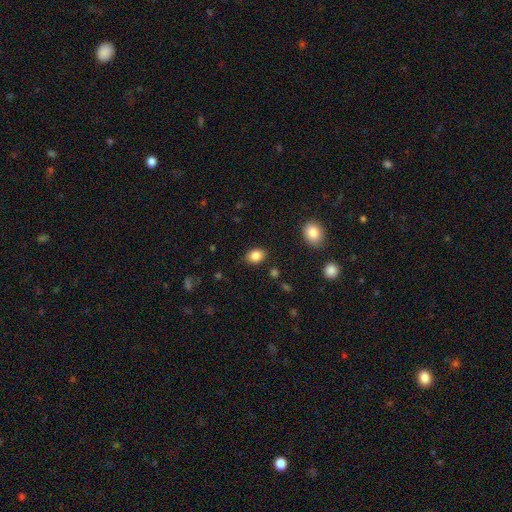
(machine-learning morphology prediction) Q: Smooth or featured?
A: smooth (85%); runner-up: star or artifact (9%)
Q: How rounded?
A: in between (65%); runner-up: round (34%)
Q: Merging?
A: none (85%); runner-up: minor disturbance (11%)